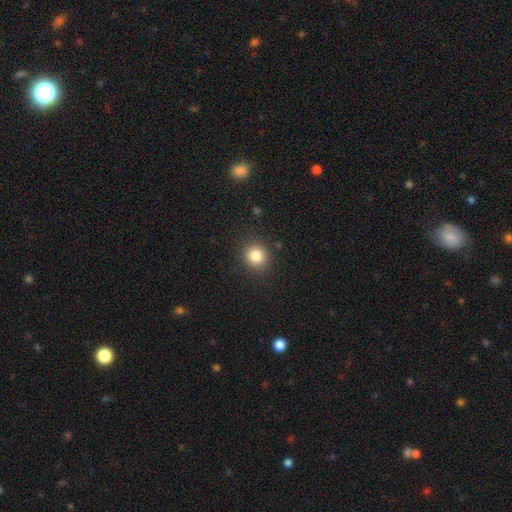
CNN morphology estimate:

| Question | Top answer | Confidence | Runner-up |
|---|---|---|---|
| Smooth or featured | smooth | 83% | star or artifact (11%) |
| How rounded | round | 90% | in between (9%) |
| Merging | none | 89% | minor disturbance (7%) |